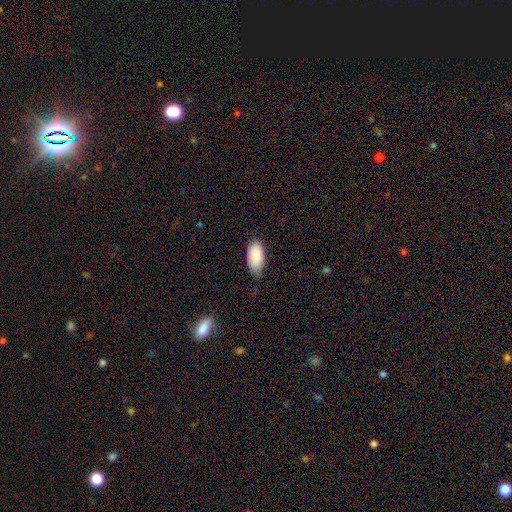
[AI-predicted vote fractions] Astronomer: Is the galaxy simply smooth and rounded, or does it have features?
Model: smooth — 86%.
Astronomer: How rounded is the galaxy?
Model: in between — 95%.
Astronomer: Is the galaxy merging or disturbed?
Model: none — 73%.